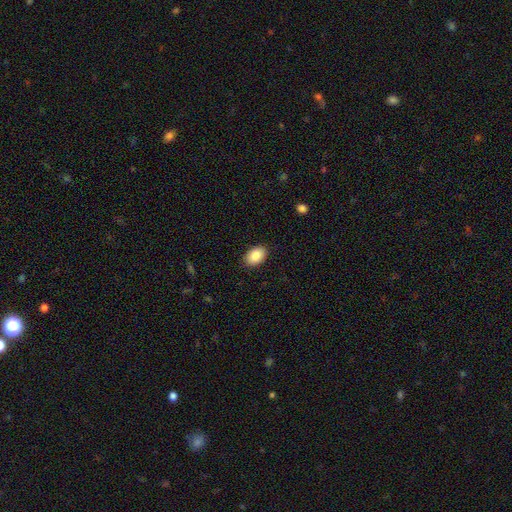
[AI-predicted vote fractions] Q: Smooth or featured?
A: smooth (87%); runner-up: star or artifact (7%)
Q: How rounded?
A: in between (87%); runner-up: round (12%)
Q: Merging?
A: none (89%); runner-up: minor disturbance (8%)